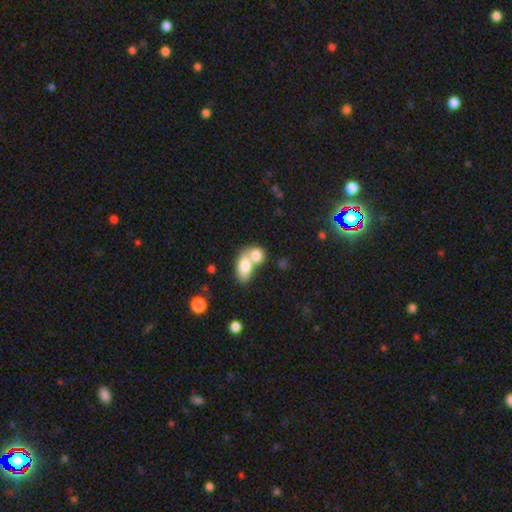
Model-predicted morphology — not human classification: This appears to be a smooth galaxy with no disk features (76%) that is in between round and cigar-shaped (69%). Merging: merger (73%).